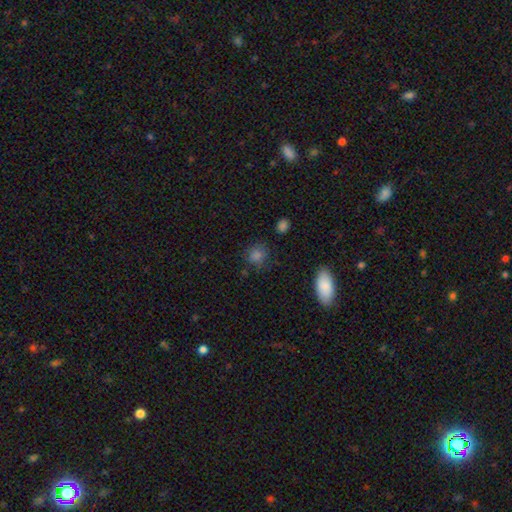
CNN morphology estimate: This appears to be a smooth galaxy with no disk features (78%) that is round (69%). Merging: none (79%).